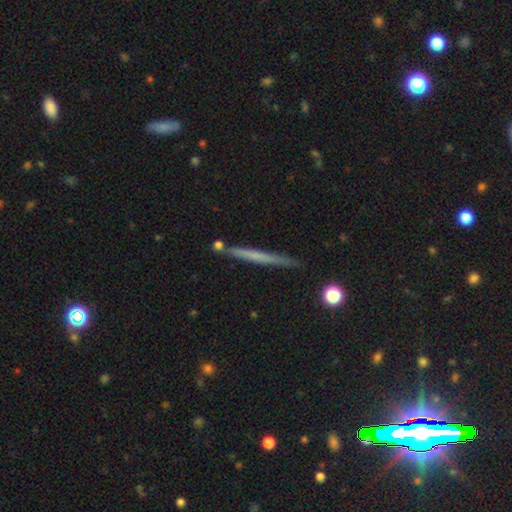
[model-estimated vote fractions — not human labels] smooth 50%, featured or disk 43%, star or artifact 7%. Down the decision tree: how rounded — cigar-shaped (96%); merging — none (86%).